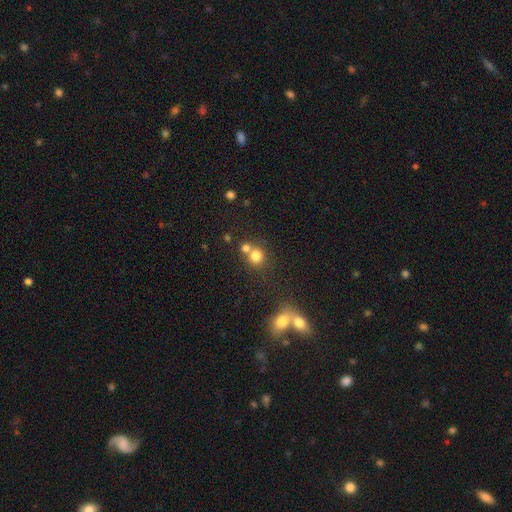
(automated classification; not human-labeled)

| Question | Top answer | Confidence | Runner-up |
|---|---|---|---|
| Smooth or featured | smooth | 77% | star or artifact (14%) |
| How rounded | round | 85% | in between (14%) |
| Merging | none | 49% | merger (39%) |